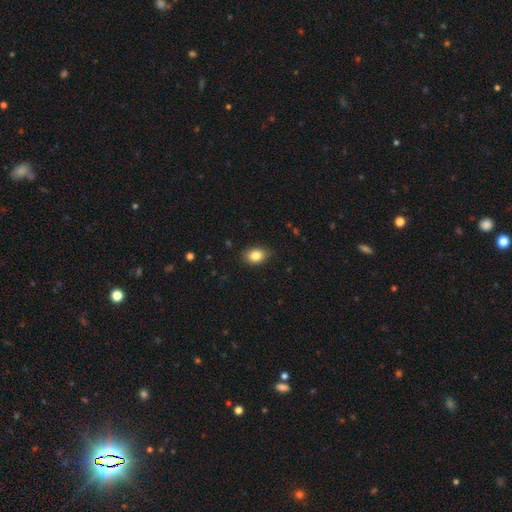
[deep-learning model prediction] Smooth or featured: smooth — 85% (star or artifact — 9%)
How rounded: in between — 76% (round — 23%)
Merging: none — 83% (minor disturbance — 13%)